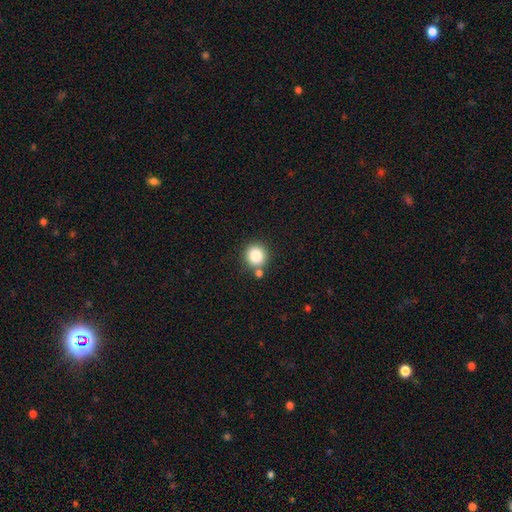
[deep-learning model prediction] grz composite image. It shows a smooth galaxy with no disk features (84%) that is round (91%). Merging: none (76%).